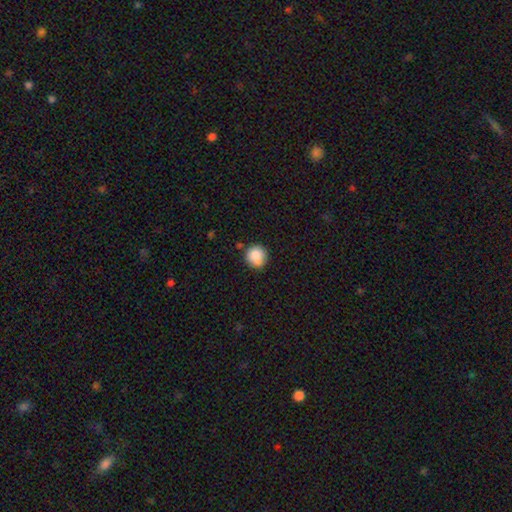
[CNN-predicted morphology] Q: Smooth or featured?
A: smooth (84%); runner-up: star or artifact (9%)
Q: How rounded?
A: round (91%); runner-up: in between (8%)
Q: Merging?
A: none (72%); runner-up: minor disturbance (18%)